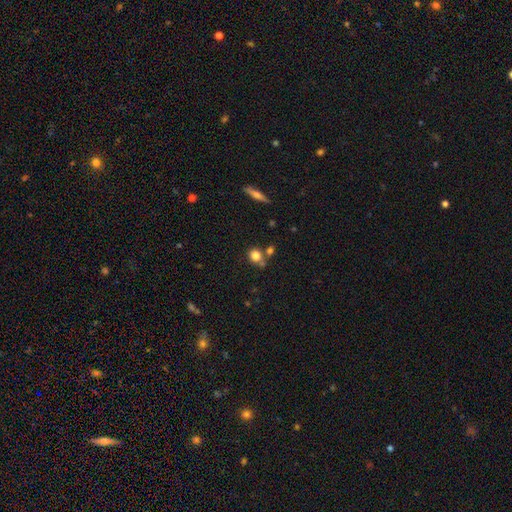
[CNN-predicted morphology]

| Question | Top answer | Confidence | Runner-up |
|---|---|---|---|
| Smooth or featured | smooth | 80% | star or artifact (11%) |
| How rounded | round | 77% | in between (21%) |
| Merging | none | 60% | merger (23%) |